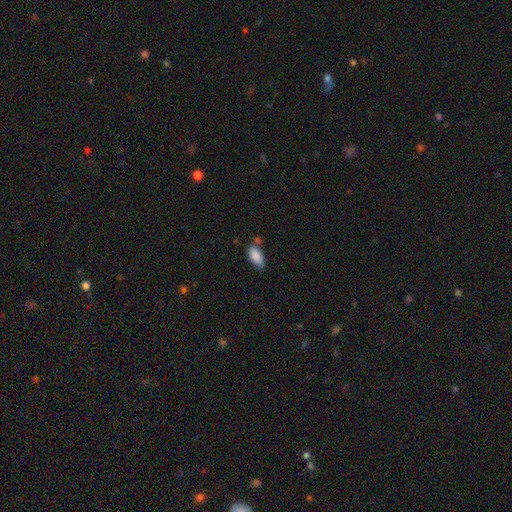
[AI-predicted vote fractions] Smooth or featured? Predicted: smooth (p=0.87). How rounded? Predicted: in between (p=0.90). Merging? Predicted: none (p=0.55).